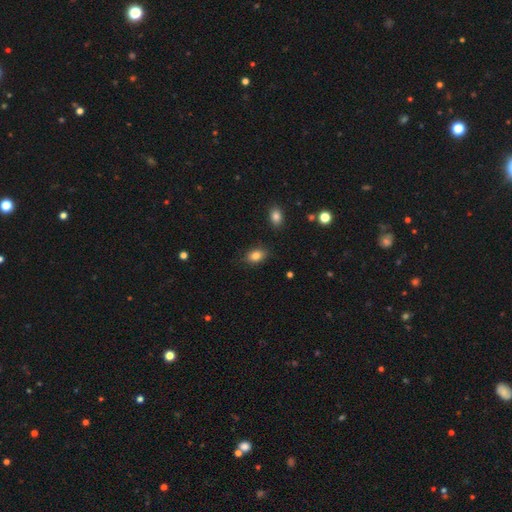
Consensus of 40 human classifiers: smooth_or_featured: smooth (p=0.75) [alt: featured or disk p=0.20]
how_rounded: in between (p=0.90) [alt: round p=0.07]
merging: none (p=0.87) [alt: minor disturbance p=0.08]